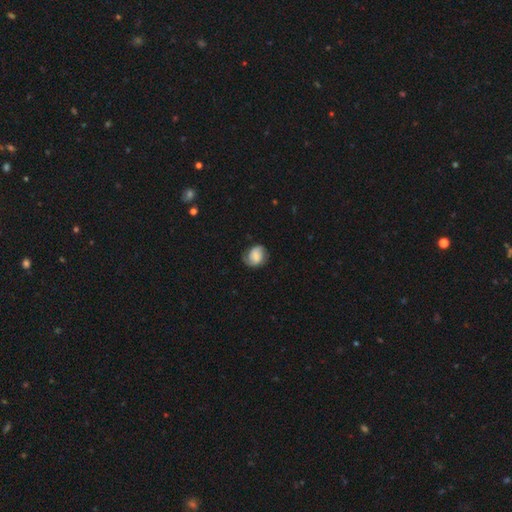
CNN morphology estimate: A featured or disk galaxy (51%). Merging: none (66%).